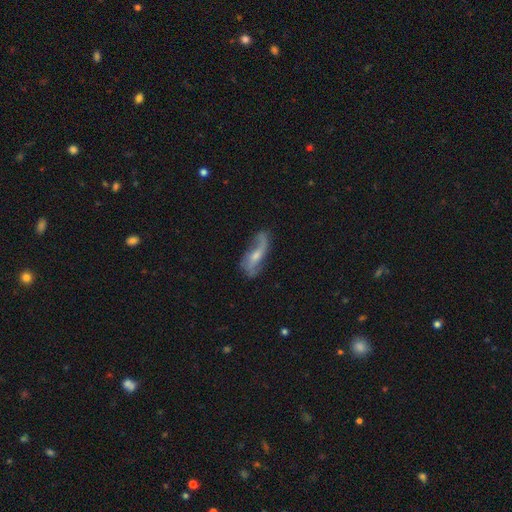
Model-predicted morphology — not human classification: The model was most divided on "bulge size": moderate: 47%, small: 44%, none: 5%, large: 3%, dominant: 1%. Remaining: spiral arms — yes (90%); edge-on disk — no (85%); spiral arm count — 2 (85%); smooth or featured — featured or disk (75%); spiral winding — loose (70%); merging — none (65%); bar — no (45%).